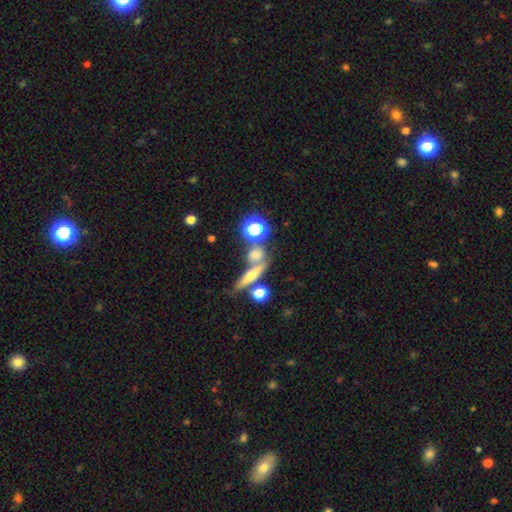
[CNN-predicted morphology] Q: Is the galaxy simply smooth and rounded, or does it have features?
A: featured or disk — 42%.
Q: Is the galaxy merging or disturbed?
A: none — 44%.